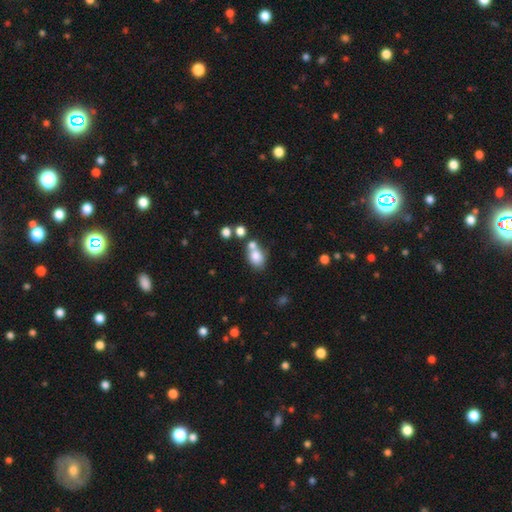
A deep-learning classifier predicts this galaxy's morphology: This is likely a smooth galaxy (76%). How rounded: likely in between (64%). Merging: marginally none (43%).